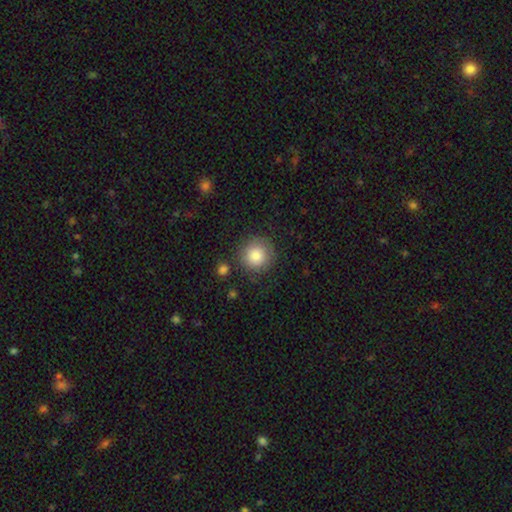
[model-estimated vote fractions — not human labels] Smooth or featured: smooth — 84% (star or artifact — 8%)
How rounded: round — 94% (in between — 5%)
Merging: none — 83% (minor disturbance — 10%)